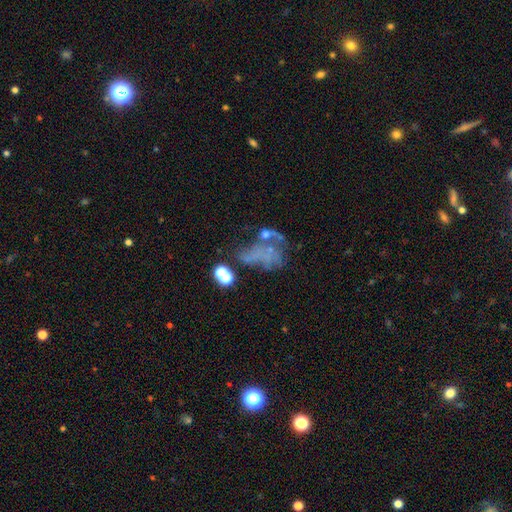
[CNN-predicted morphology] smooth_or_featured: featured or disk (p=0.43) [alt: star or artifact p=0.32]
merging: major disturbance (p=0.32) [alt: none p=0.31]